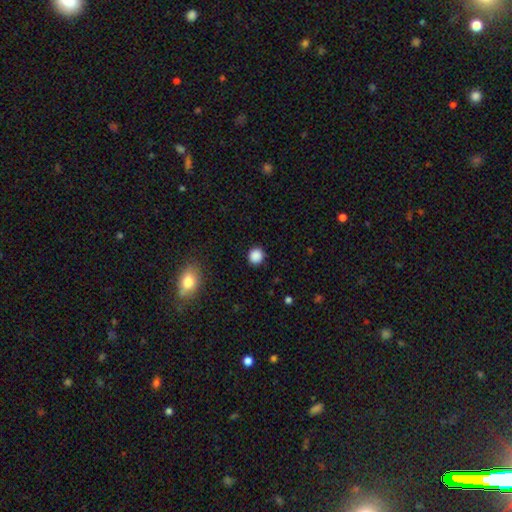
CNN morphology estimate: smooth-or-featured: smooth: 87% | star or artifact: 10% | featured or disk: 3%
  how-rounded: round: 90% | in between: 9% | cigar-shaped: 1%
  merging: none: 90% | minor disturbance: 7% | major disturbance: 2% | merger: 1%